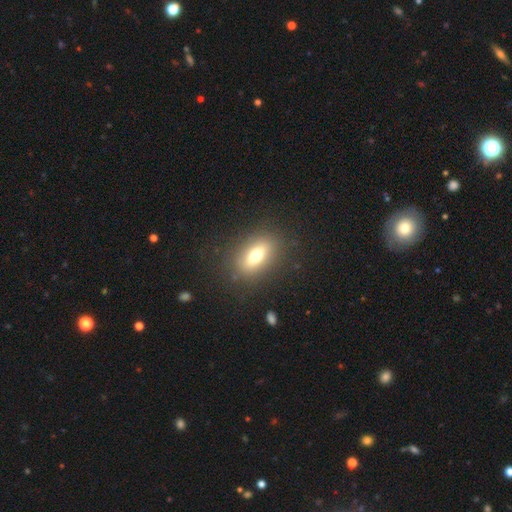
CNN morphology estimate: Q: Smooth or featured?
A: smooth (69%); runner-up: featured or disk (21%)
Q: How rounded?
A: in between (79%); runner-up: cigar-shaped (11%)
Q: Merging?
A: none (85%); runner-up: minor disturbance (10%)